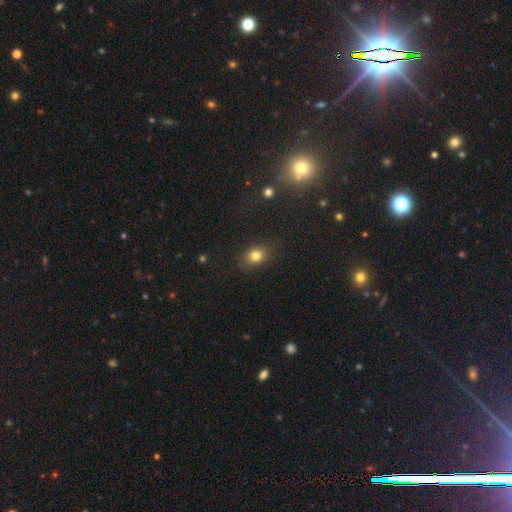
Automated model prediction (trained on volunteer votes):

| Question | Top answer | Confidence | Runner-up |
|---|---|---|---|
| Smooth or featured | smooth | 79% | star or artifact (13%) |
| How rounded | in between | 57% | round (42%) |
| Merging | none | 79% | minor disturbance (14%) |